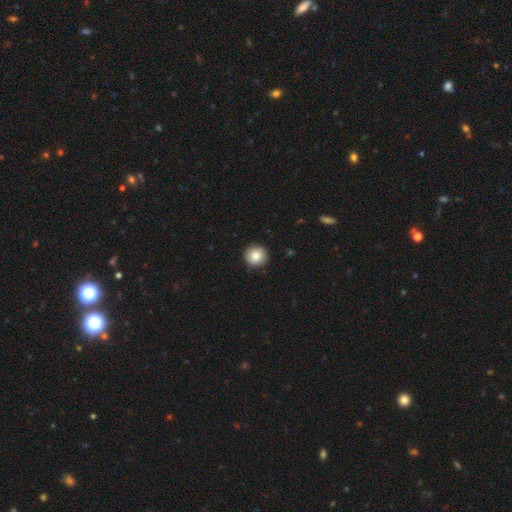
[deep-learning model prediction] Q: Smooth or featured?
A: smooth (86%); runner-up: star or artifact (8%)
Q: How rounded?
A: round (95%); runner-up: in between (4%)
Q: Merging?
A: none (91%); runner-up: minor disturbance (6%)